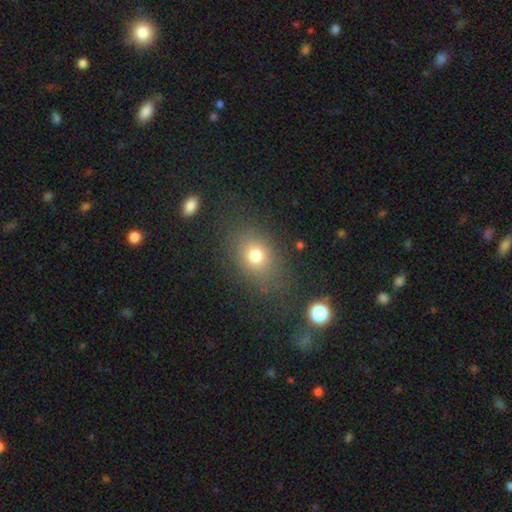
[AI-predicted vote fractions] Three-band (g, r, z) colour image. It shows a smooth galaxy with no disk features (75%) that is in between round and cigar-shaped (58%). Merging: none (76%).